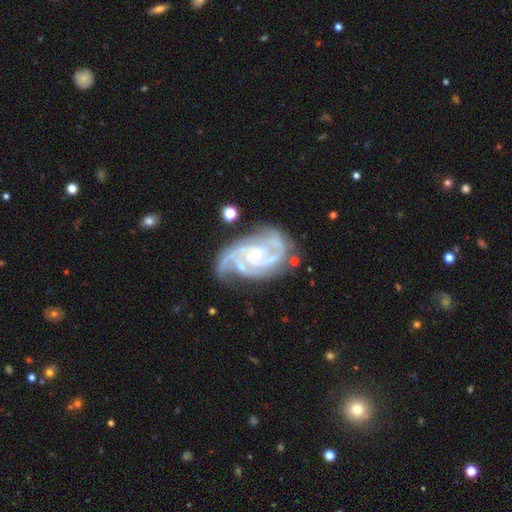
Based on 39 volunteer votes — This is clearly a featured or disk galaxy (100%). It is clearly not viewed edge-on (97%). Bar: possibly no (47%). Spiral arm pattern: clearly yes (100%). Spiral arm count: likely 3 (61%). Spiral winding: possibly tight (55%). Central bulge: clearly small (89%). Merging: possibly none (56%).